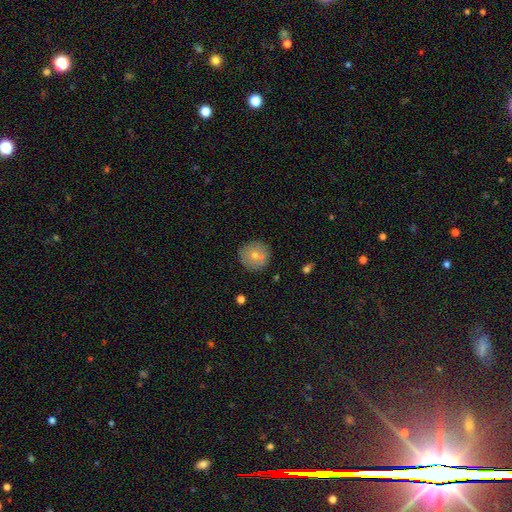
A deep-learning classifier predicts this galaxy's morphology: Smooth or featured? smooth (71%)
How rounded? round (95%)
Merging? none (76%)